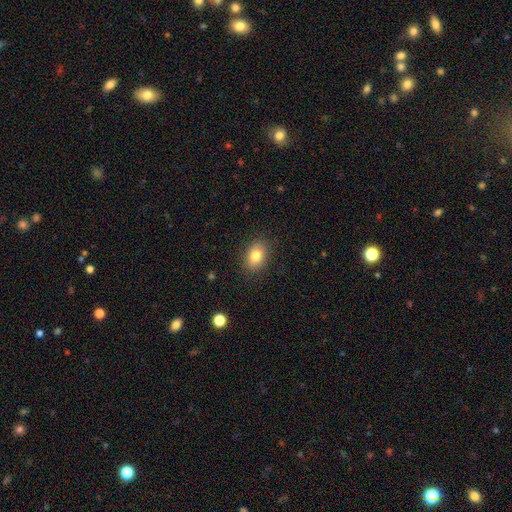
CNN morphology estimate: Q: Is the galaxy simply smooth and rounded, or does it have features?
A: smooth — 81%.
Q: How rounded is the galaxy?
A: in between — 72%.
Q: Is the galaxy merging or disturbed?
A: none — 86%.